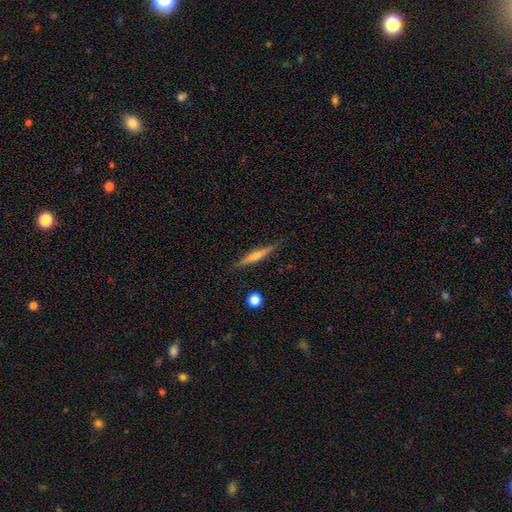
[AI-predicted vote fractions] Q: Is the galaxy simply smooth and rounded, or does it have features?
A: featured or disk — 63%.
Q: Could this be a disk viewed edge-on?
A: yes — 97%.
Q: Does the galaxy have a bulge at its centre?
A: rounded — 72%.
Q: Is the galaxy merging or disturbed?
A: none — 88%.